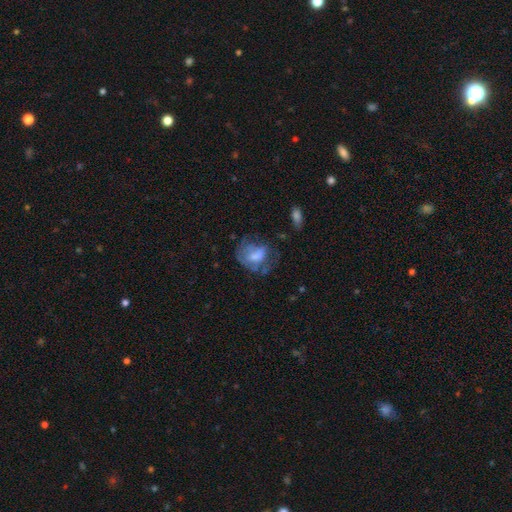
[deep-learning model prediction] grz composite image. It shows a smooth galaxy with no disk features (49%). Merging: major disturbance (36%).